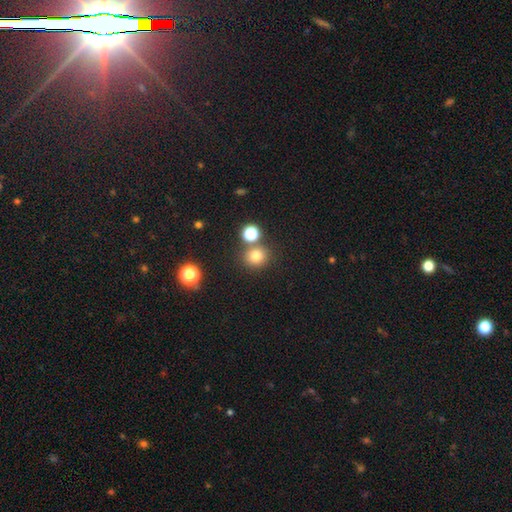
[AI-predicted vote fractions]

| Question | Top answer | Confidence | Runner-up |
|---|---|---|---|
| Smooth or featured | smooth | 76% | star or artifact (17%) |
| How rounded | round | 88% | in between (11%) |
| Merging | none | 74% | merger (15%) |